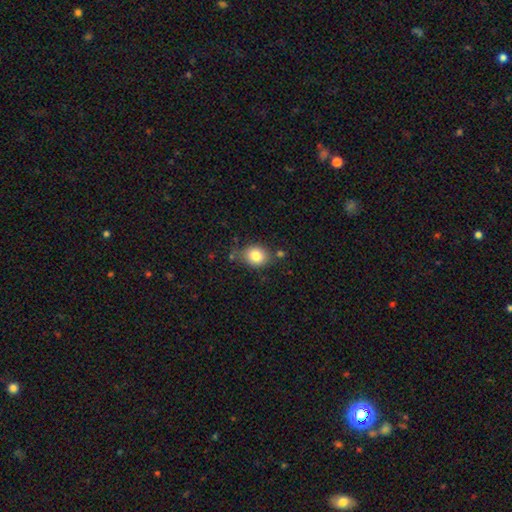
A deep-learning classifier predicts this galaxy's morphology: smooth 82%, star or artifact 10%, featured or disk 8%. Down the decision tree: how rounded — round (63%); merging — none (71%).